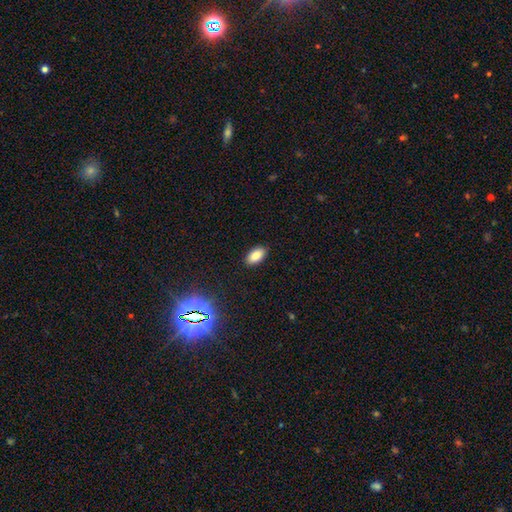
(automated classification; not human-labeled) Smooth or featured?
  - smooth: 86% *
  - star or artifact: 9%
  - featured or disk: 4%
How rounded?
  - in between: 94% *
  - round: 4%
  - cigar-shaped: 3%
Merging?
  - none: 89% *
  - minor disturbance: 8%
  - major disturbance: 2%
  - merger: 1%